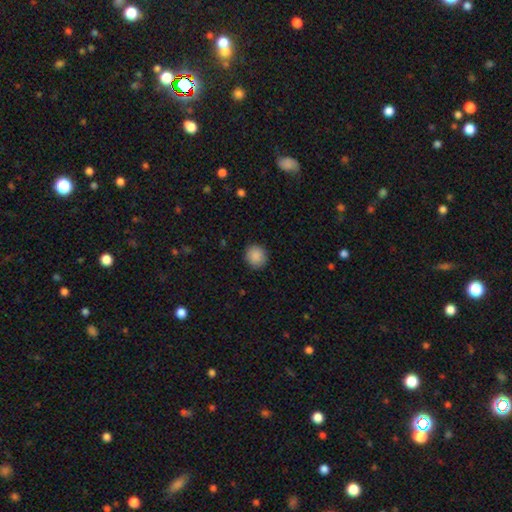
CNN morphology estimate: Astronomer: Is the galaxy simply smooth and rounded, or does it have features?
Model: smooth — 89%.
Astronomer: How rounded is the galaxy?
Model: round — 89%.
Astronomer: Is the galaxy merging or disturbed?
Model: none — 89%.